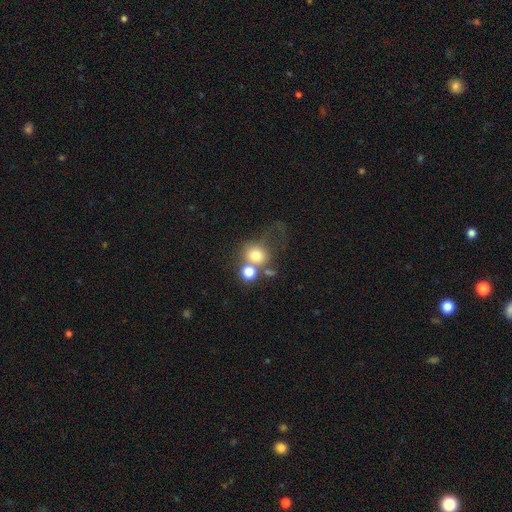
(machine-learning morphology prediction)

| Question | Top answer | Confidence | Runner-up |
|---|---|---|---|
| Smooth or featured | smooth | 72% | featured or disk (15%) |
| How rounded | round | 74% | in between (25%) |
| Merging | merger | 41% | none (35%) |